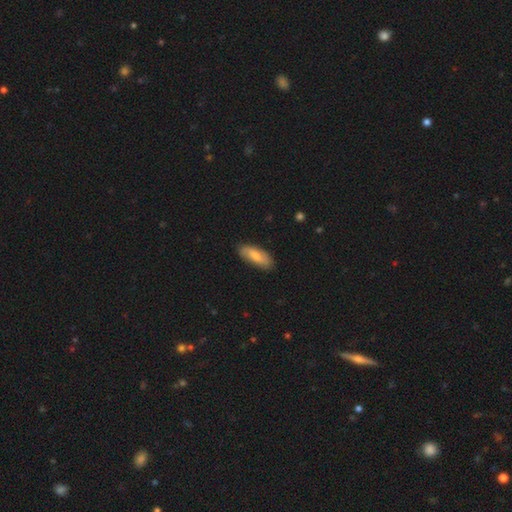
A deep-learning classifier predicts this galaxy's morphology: Smooth or featured: smooth — 69% (featured or disk — 25%)
How rounded: in between — 75% (cigar-shaped — 23%)
Merging: none — 83% (minor disturbance — 14%)